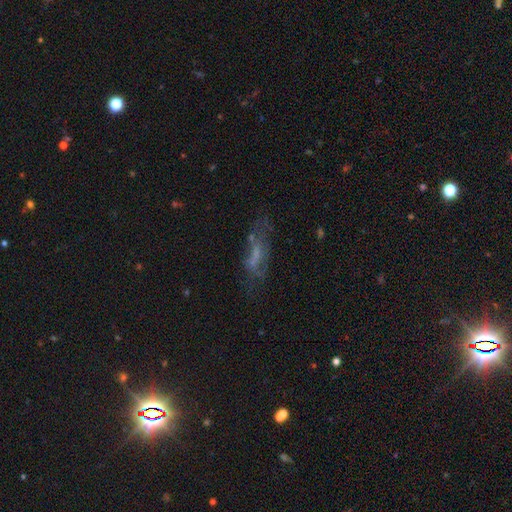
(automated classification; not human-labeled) A featured or disk galaxy (48%). Merging: none (44%).